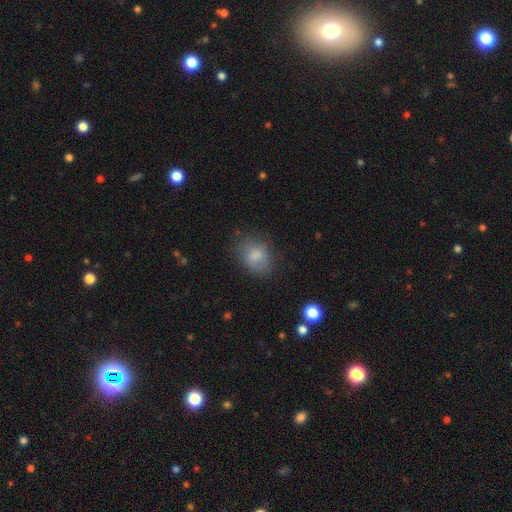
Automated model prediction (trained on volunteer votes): smooth 79%, featured or disk 12%, star or artifact 9%. Down the decision tree: how rounded — in between (68%); merging — none (64%).